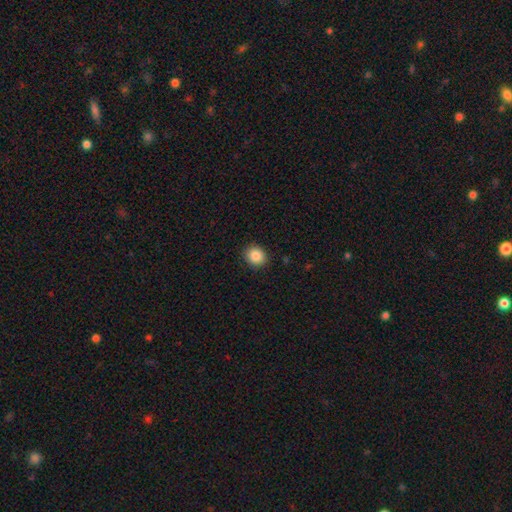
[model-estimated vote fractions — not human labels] smooth_or_featured: smooth (p=0.86) [alt: star or artifact p=0.09]
how_rounded: round (p=0.71) [alt: in between p=0.28]
merging: none (p=0.90) [alt: minor disturbance p=0.07]